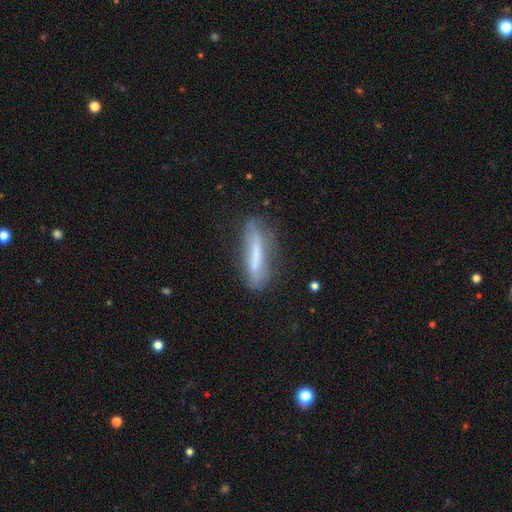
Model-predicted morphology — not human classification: This appears to be a smooth galaxy with no disk features (53%) that is cigar-shaped (79%). Merging: none (63%).